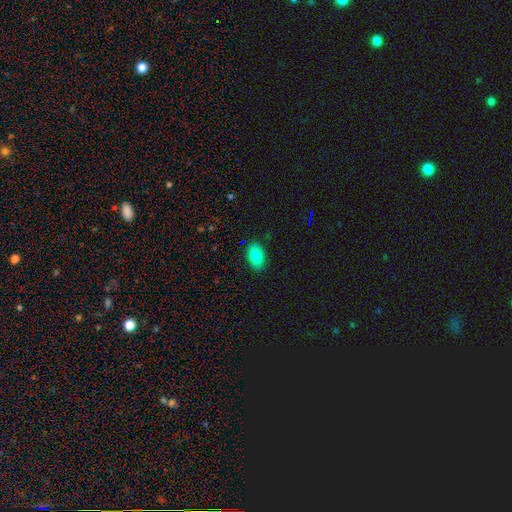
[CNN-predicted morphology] This is clearly a smooth galaxy (85%). How rounded: clearly in between (91%). Merging: clearly none (88%).